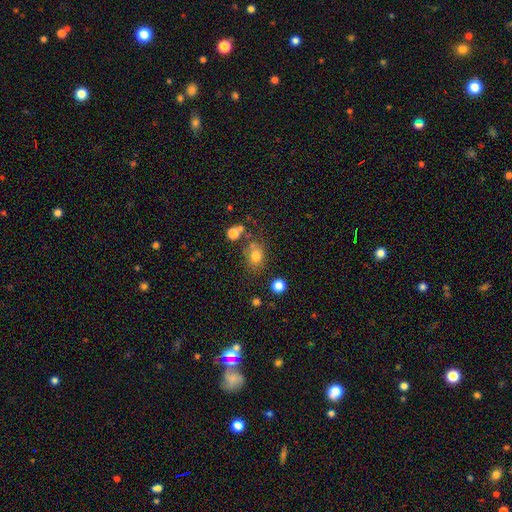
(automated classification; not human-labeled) This is likely a smooth galaxy (76%). How rounded: possibly round (50%). Merging: likely none (62%).